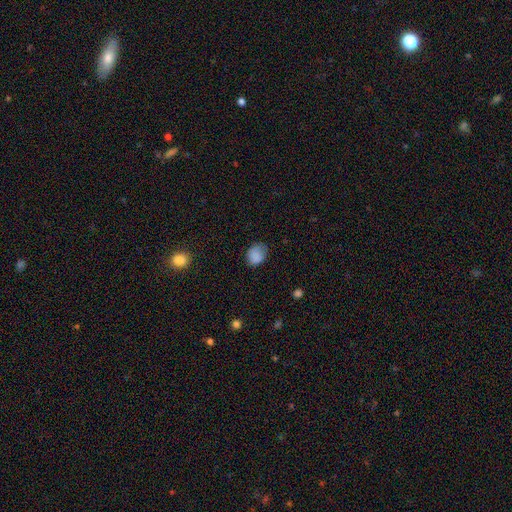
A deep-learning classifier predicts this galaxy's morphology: The model was most divided on "how rounded": round: 52%, in between: 47%, cigar-shaped: 1%. More confident: smooth or featured — smooth (83%); merging — none (61%).